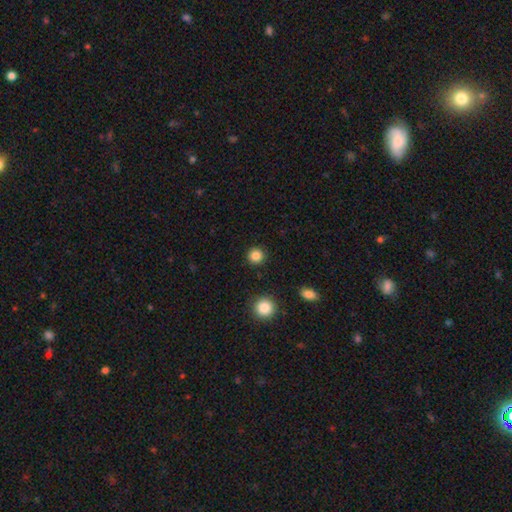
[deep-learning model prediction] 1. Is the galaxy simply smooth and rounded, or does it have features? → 86% smooth, 11% star or artifact, 4% featured or disk.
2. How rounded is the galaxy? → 95% round, 4% in between, 1% cigar-shaped.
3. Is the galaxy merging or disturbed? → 92% none, 5% minor disturbance, 2% major disturbance, 2% merger.